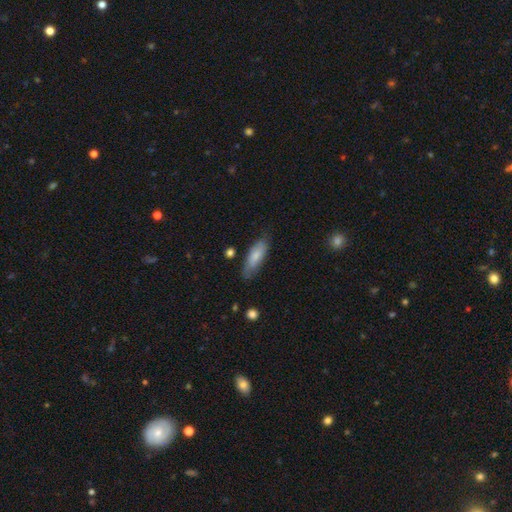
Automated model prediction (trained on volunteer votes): The model was most divided on "how rounded": in between: 59%, cigar-shaped: 39%, round: 2%. More confident: smooth or featured — smooth (80%); merging — none (74%).